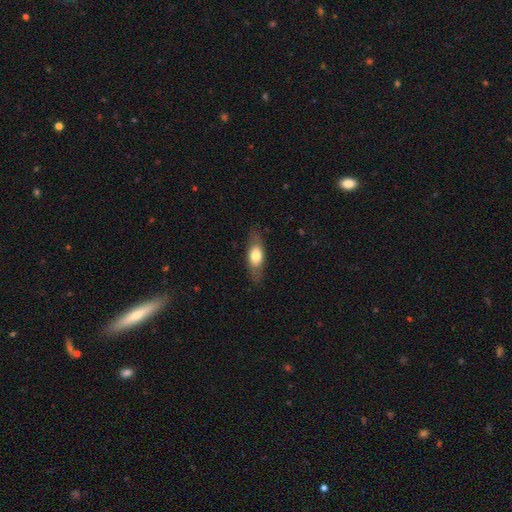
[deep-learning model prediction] Morphology: type=smooth (64%); roundness=in between (70%); merging=none (81%).